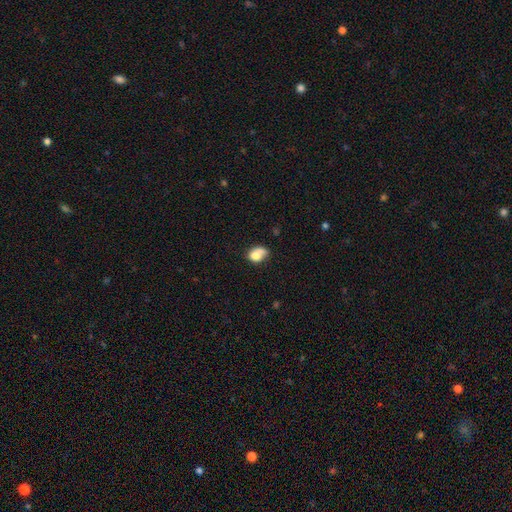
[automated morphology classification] A smooth galaxy with no disk features (71%) that is in between round and cigar-shaped (62%).

Vote fractions:
- Smooth or featured? smooth: 71% / featured or disk: 20% / star or artifact: 9%
- How rounded? in between: 62% / round: 37% / cigar-shaped: 1%
- Merging? none: 34% / minor disturbance: 26% / merger: 22% / major disturbance: 18%